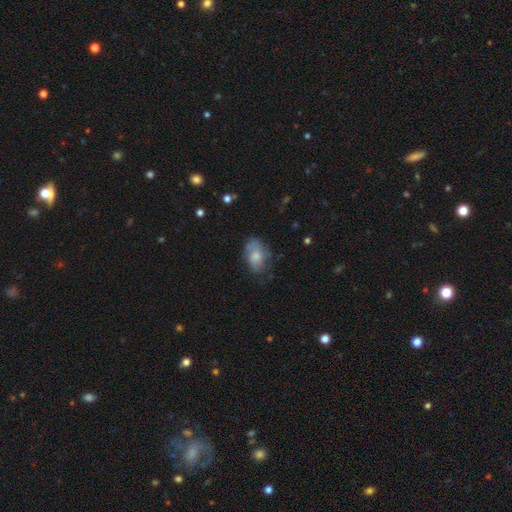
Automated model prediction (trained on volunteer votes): smooth_or_featured: smooth (p=0.62) [alt: featured or disk p=0.30]
how_rounded: in between (p=0.86) [alt: round p=0.12]
merging: none (p=0.55) [alt: minor disturbance p=0.29]